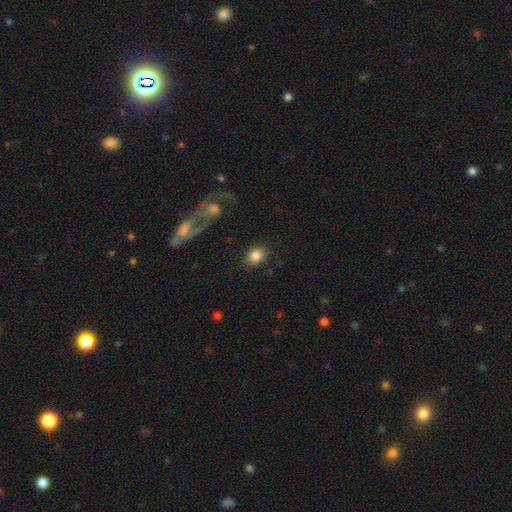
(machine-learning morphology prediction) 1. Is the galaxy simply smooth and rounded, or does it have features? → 84% smooth, 8% star or artifact, 8% featured or disk.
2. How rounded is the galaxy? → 51% in between, 47% round, 1% cigar-shaped.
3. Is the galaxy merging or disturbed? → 84% none, 10% minor disturbance, 3% major disturbance, 3% merger.